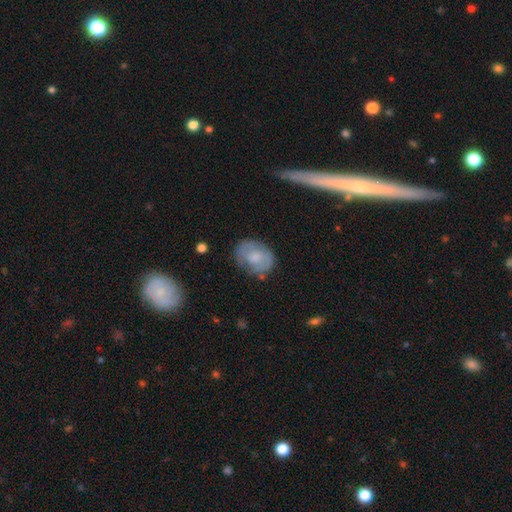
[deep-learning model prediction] Smooth or featured?
  - smooth: 57% *
  - featured or disk: 36%
  - star or artifact: 8%
How rounded?
  - in between: 58% *
  - round: 40%
  - cigar-shaped: 2%
Merging?
  - none: 69% *
  - minor disturbance: 22%
  - major disturbance: 7%
  - merger: 2%